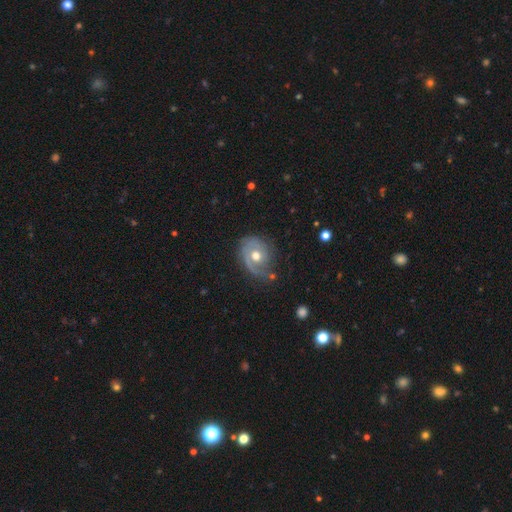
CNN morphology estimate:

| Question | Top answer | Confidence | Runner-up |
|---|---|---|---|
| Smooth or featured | featured or disk | 69% | smooth (24%) |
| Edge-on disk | no | 96% | yes (4%) |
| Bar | no | 79% | weak (18%) |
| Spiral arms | yes | 80% | no (20%) |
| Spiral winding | tight | 55% | medium (31%) |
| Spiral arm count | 1 | 52% | 2 (28%) |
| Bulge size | moderate | 78% | small (10%) |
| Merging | none | 62% | minor disturbance (23%) |